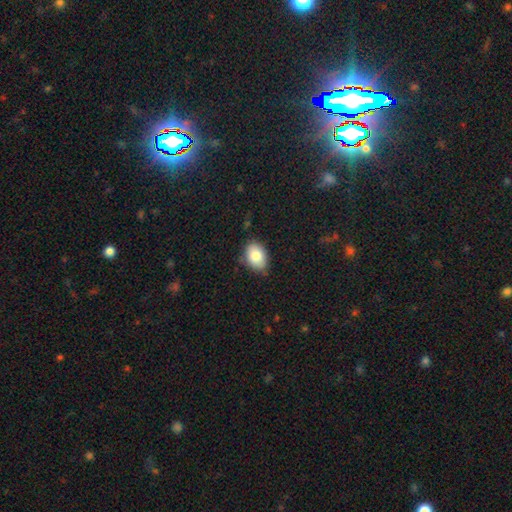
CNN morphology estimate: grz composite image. It shows a smooth galaxy with no disk features (83%) that is in between round and cigar-shaped (81%). Merging: none (78%).